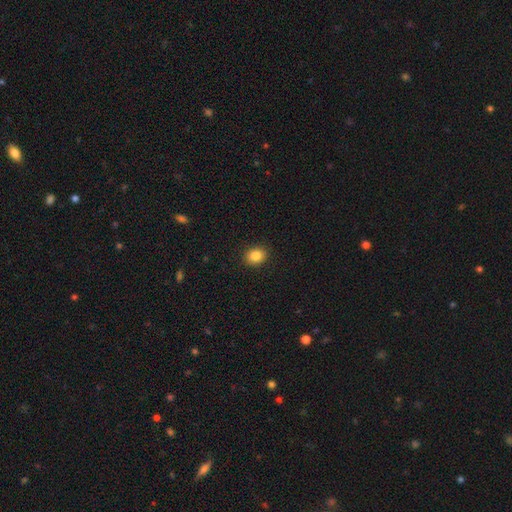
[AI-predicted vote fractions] The model was most divided on "how rounded": round: 58%, in between: 41%, cigar-shaped: 1%. More confident: merging — none (91%); smooth or featured — smooth (85%).